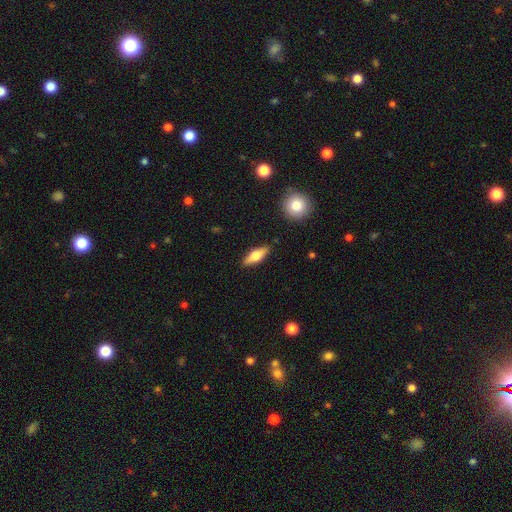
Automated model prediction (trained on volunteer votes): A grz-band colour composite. It shows a smooth galaxy with no disk features (57%) that is in between round and cigar-shaped (58%). Merging: none (88%).